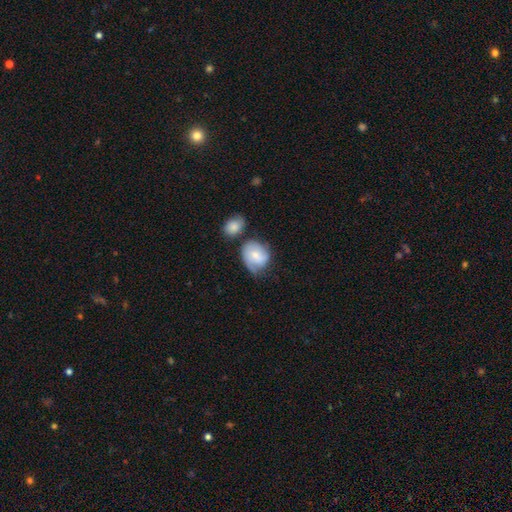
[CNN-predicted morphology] smooth_or_featured: smooth (p=0.60) [alt: featured or disk p=0.33]
how_rounded: round (p=0.62) [alt: in between p=0.37]
merging: none (p=0.44) [alt: minor disturbance p=0.31]